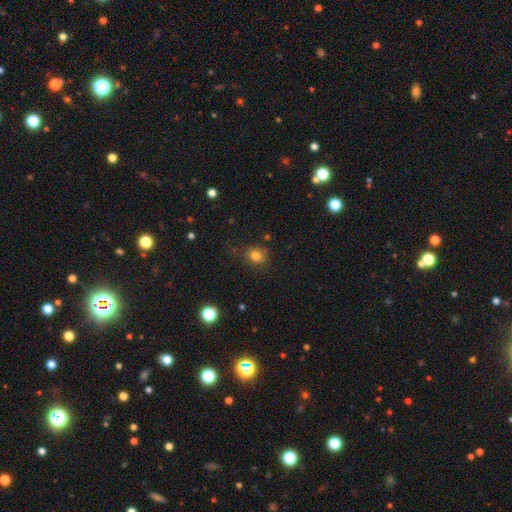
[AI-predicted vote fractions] Smooth or featured? smooth (80%)
How rounded? round (80%)
Merging? none (81%)